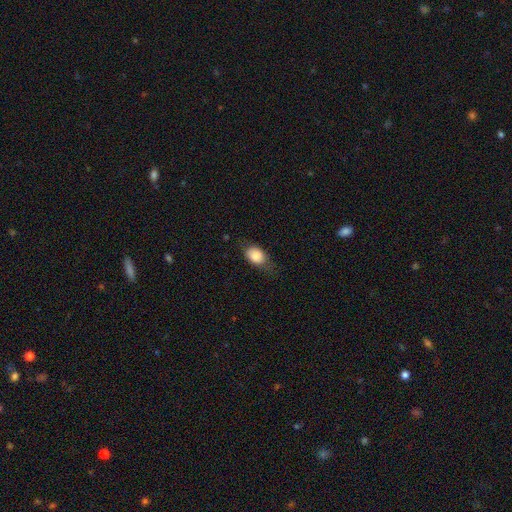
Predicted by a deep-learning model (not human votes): Smooth or featured? Predicted: smooth (p=0.83). How rounded? Predicted: in between (p=0.74). Merging? Predicted: none (p=0.60).